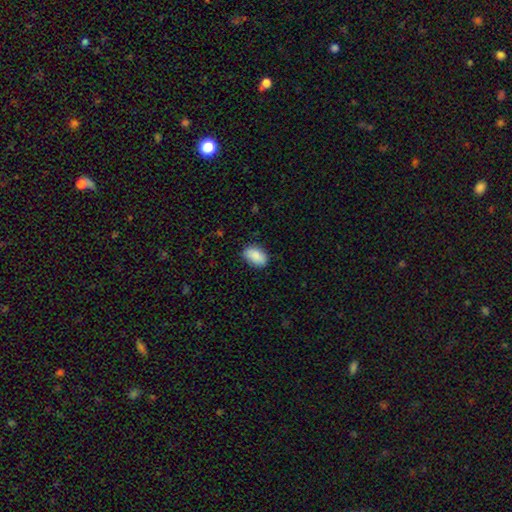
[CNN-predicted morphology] Smooth or featured? Predicted: smooth (p=0.89). How rounded? Predicted: in between (p=0.92). Merging? Predicted: none (p=0.82).